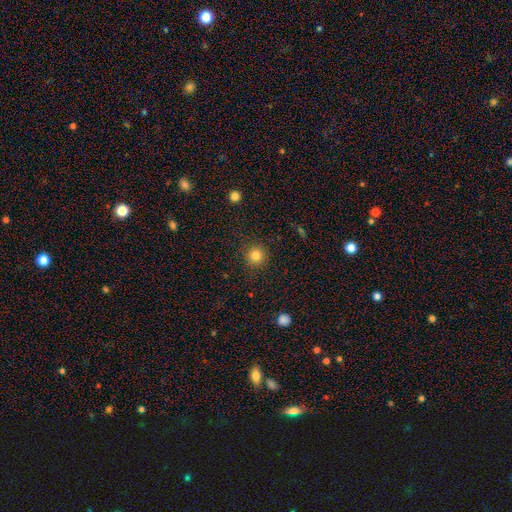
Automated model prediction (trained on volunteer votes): Smooth or featured: smooth — 82% (star or artifact — 12%)
How rounded: round — 94% (in between — 5%)
Merging: none — 90% (minor disturbance — 6%)